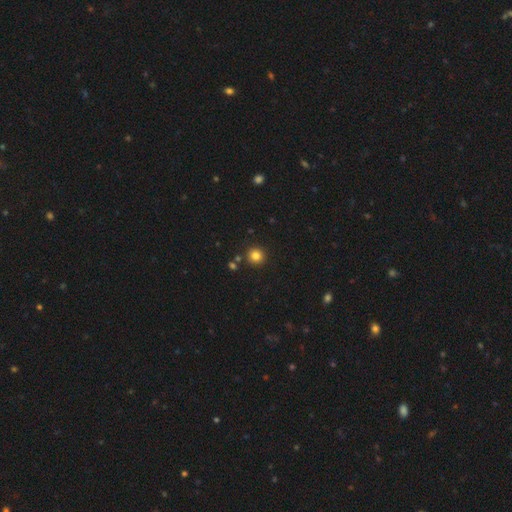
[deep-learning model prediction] Q: Smooth or featured?
A: smooth (82%); runner-up: star or artifact (13%)
Q: How rounded?
A: round (94%); runner-up: in between (5%)
Q: Merging?
A: none (89%); runner-up: minor disturbance (5%)